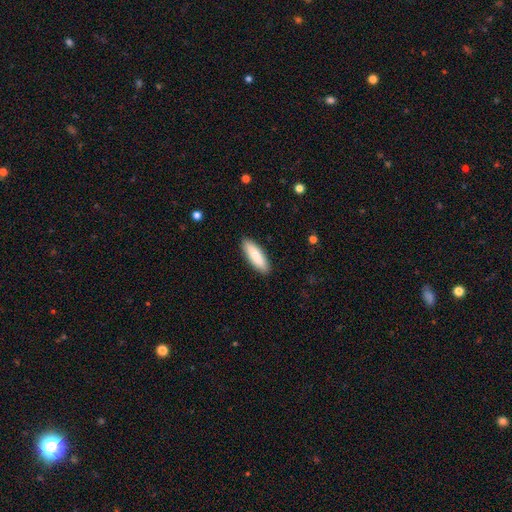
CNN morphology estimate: The model was most divided on "how rounded": in between: 51%, cigar-shaped: 48%, round: 1%. More confident: merging — none (90%); smooth or featured — smooth (87%).